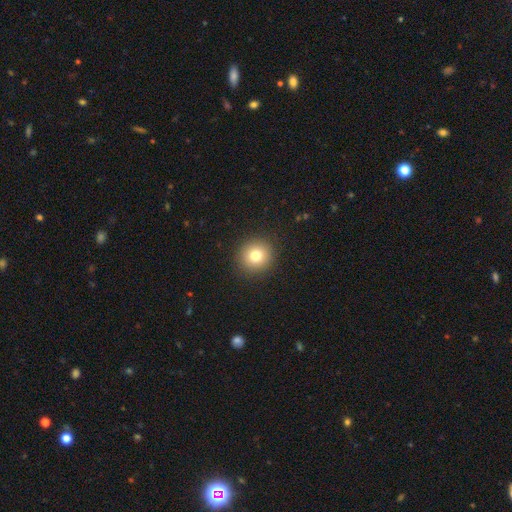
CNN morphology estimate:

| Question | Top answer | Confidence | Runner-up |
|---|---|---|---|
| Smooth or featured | smooth | 78% | star or artifact (12%) |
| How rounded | round | 93% | in between (6%) |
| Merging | none | 91% | minor disturbance (5%) |